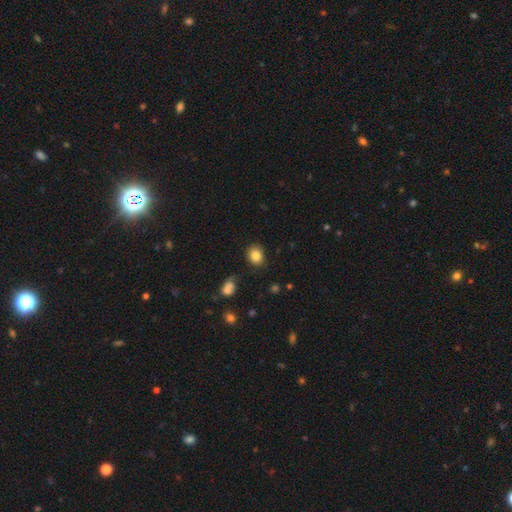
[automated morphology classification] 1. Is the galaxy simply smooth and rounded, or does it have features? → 84% smooth, 10% star or artifact, 6% featured or disk.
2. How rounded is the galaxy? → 50% round, 49% in between, 1% cigar-shaped.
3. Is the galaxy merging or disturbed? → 81% none, 13% minor disturbance, 3% major disturbance, 2% merger.